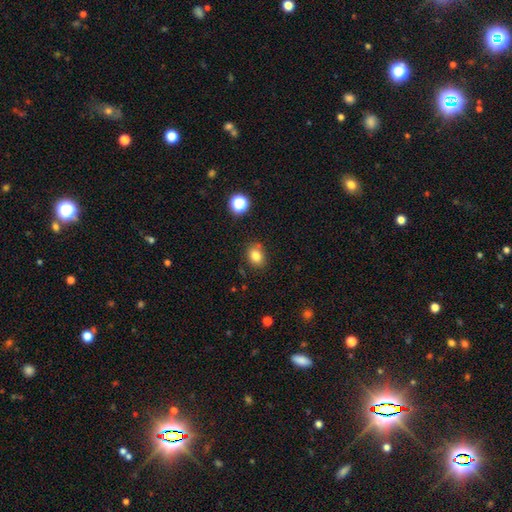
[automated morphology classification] smooth-or-featured: smooth: 81% | star or artifact: 12% | featured or disk: 7%
  how-rounded: in between: 52% | round: 47% | cigar-shaped: 1%
  merging: none: 80% | minor disturbance: 13% | merger: 4% | major disturbance: 3%